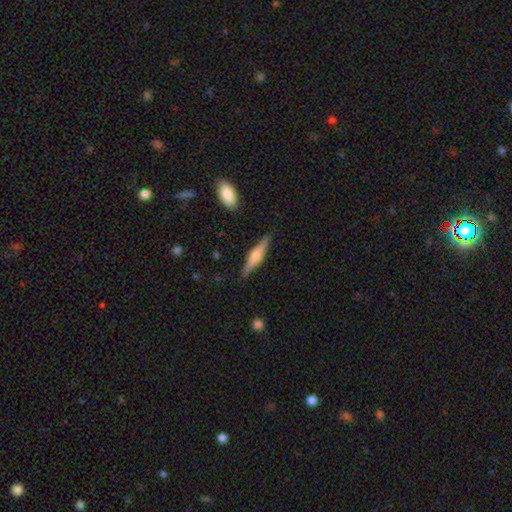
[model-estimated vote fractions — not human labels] Smooth or featured: featured or disk — 62% (smooth — 32%)
Edge-on disk: yes — 97% (no — 3%)
Edge-on bulge: rounded — 81% (boxy — 13%)
Merging: none — 88% (minor disturbance — 9%)